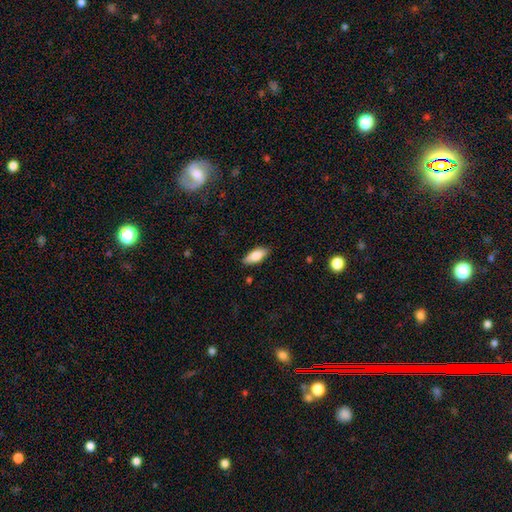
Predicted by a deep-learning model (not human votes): Morphology: type=smooth (77%); roundness=in between (77%); merging=none (84%).